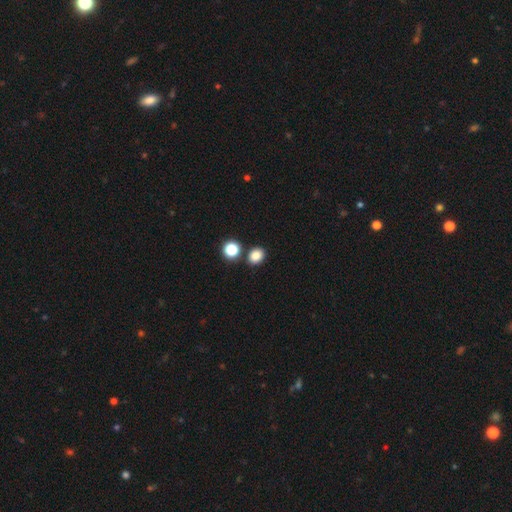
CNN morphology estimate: This is clearly a smooth galaxy (84%). How rounded: possibly round (55%). Merging: clearly none (80%).